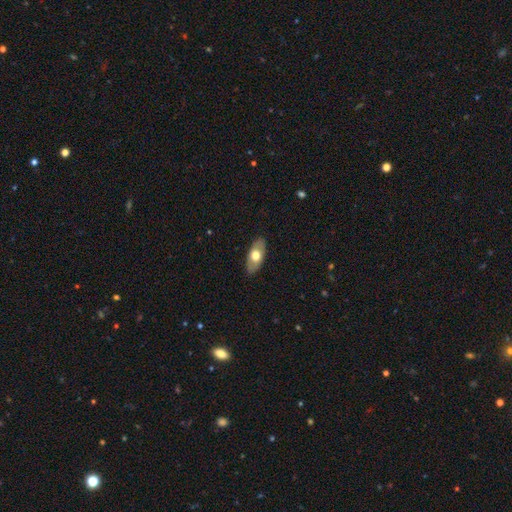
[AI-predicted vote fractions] This is possibly a smooth galaxy (58%). How rounded: clearly in between (90%). Merging: clearly none (86%).